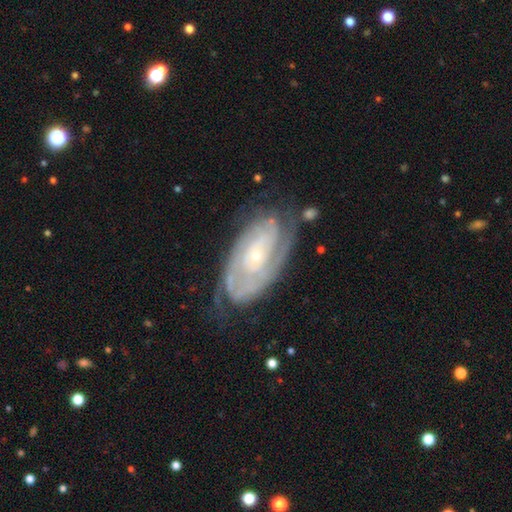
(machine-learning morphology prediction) type=featured or disk (84%); edge-on=no (95%); bar=no (73%); spiral arms=yes (93%); winding=tight (74%); arm count=can't tell (38%); bulge=small (79%); merging=none (65%).